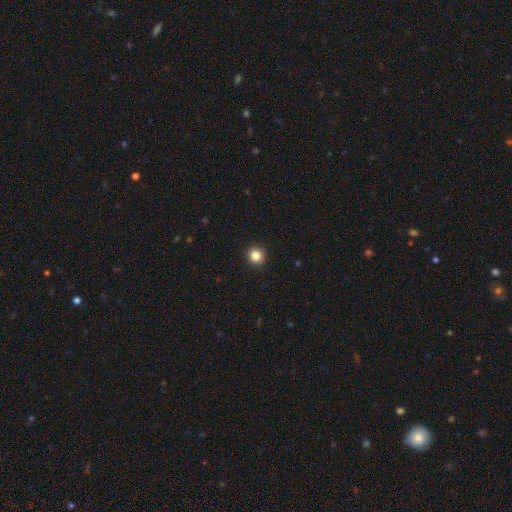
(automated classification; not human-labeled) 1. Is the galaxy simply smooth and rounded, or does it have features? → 83% smooth, 12% star or artifact, 5% featured or disk.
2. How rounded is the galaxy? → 95% round, 4% in between, 1% cigar-shaped.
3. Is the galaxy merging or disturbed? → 93% none, 5% minor disturbance, 1% major disturbance, 1% merger.